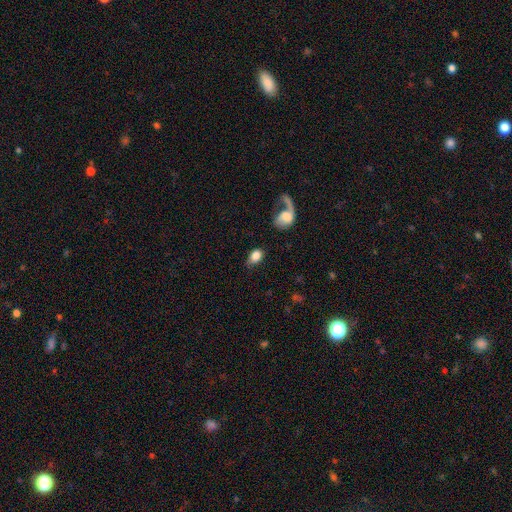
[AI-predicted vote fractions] Smooth or featured? Predicted: smooth (p=0.80). How rounded? Predicted: in between (p=0.78). Merging? Predicted: none (p=0.55).